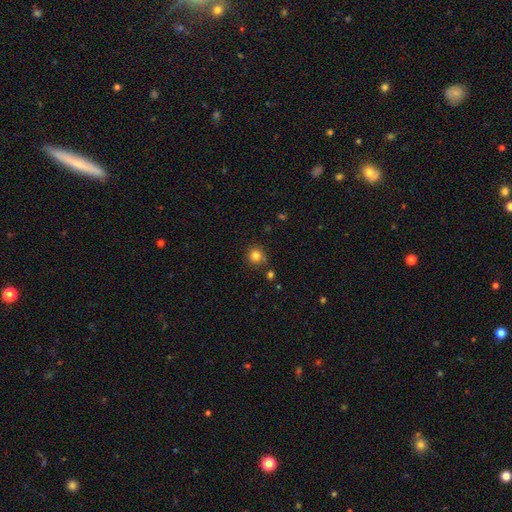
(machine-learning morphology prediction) The model was most divided on "merging": none: 79%, minor disturbance: 11%, merger: 7%, major disturbance: 3%. More confident: how rounded — round (93%); smooth or featured — smooth (82%).